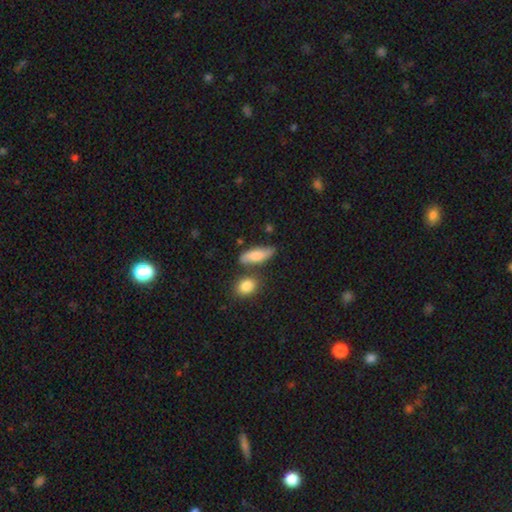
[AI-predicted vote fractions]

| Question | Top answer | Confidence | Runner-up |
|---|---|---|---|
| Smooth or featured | smooth | 70% | featured or disk (23%) |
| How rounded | in between | 67% | cigar-shaped (29%) |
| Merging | none | 68% | minor disturbance (17%) |